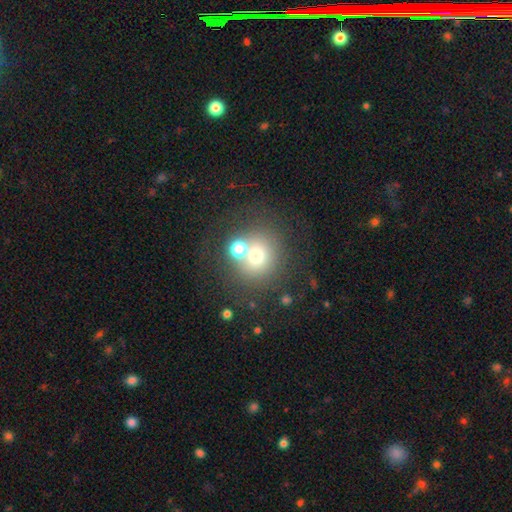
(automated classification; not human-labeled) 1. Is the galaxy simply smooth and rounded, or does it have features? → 67% smooth, 17% star or artifact, 16% featured or disk.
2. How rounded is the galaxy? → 87% round, 12% in between, 1% cigar-shaped.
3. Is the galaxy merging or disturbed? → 57% none, 28% merger, 9% minor disturbance, 6% major disturbance.